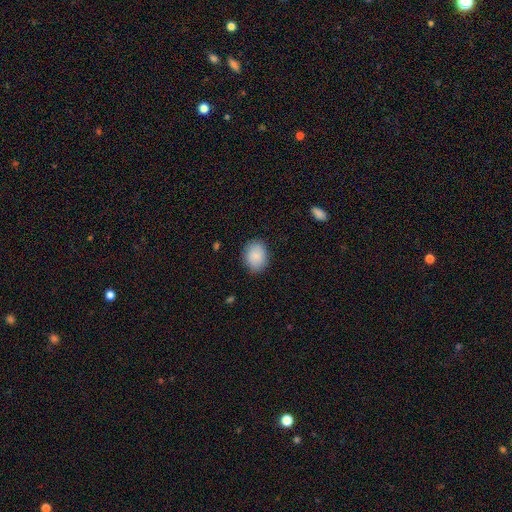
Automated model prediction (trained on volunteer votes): smooth 88%, star or artifact 7%, featured or disk 5%. Down the decision tree: how rounded — in between (56%); merging — none (85%).